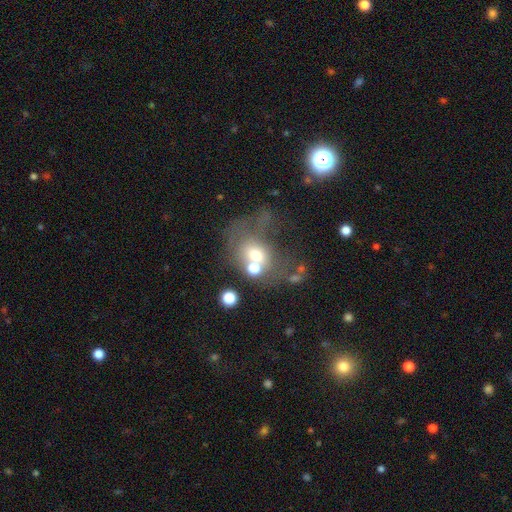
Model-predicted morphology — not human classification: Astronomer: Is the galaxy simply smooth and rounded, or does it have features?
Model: smooth — 54% (runner-up: featured or disk, 29%).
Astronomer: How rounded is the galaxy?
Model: round — 51% (runner-up: in between, 47%).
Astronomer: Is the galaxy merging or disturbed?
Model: merger — 34% (runner-up: major disturbance, 27%).